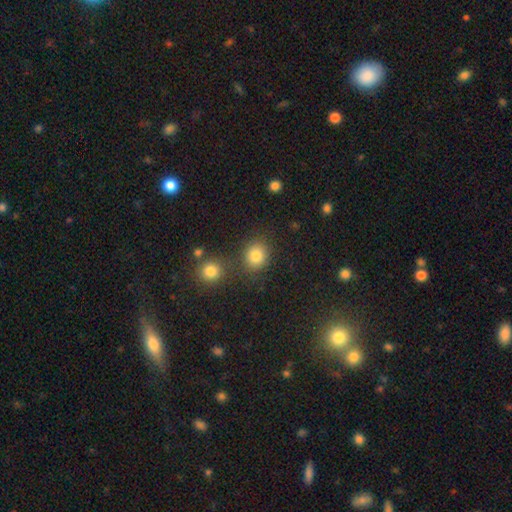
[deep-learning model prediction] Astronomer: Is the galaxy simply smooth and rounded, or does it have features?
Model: smooth — 82%.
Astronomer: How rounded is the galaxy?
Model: round — 75%.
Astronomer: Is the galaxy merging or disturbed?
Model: none — 75%.